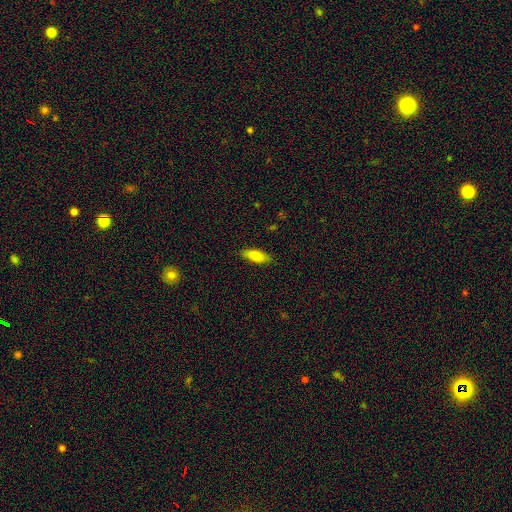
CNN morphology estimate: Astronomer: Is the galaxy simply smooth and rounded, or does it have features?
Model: smooth — 81%.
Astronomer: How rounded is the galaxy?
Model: in between — 71%.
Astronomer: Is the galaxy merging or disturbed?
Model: none — 84%.